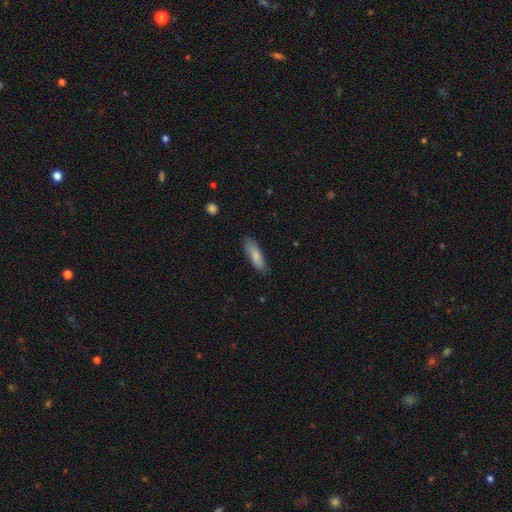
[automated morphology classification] This is clearly a smooth galaxy (83%). How rounded: possibly cigar-shaped (56%). Merging: clearly none (83%).